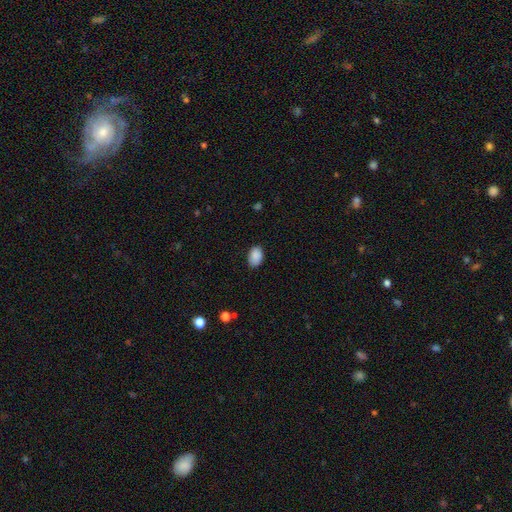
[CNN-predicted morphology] Smooth or featured: smooth — 89% (star or artifact — 8%)
How rounded: in between — 86% (round — 12%)
Merging: none — 81% (minor disturbance — 15%)